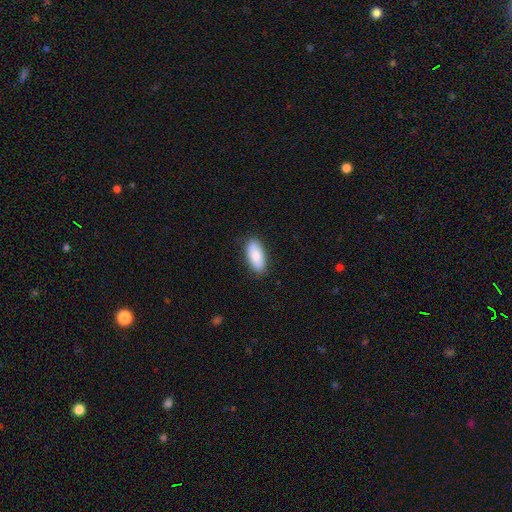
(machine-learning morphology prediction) A smooth galaxy with no disk features (85%) that is in between round and cigar-shaped (86%). Merging: none (88%).